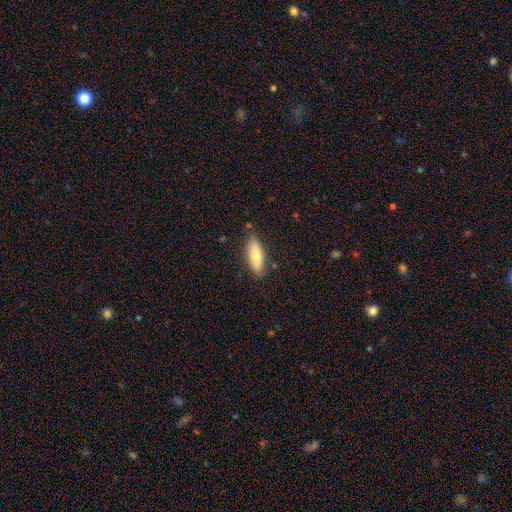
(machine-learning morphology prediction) This appears to be a smooth galaxy with no disk features (72%) that is in between round and cigar-shaped (65%). Merging: none (78%).